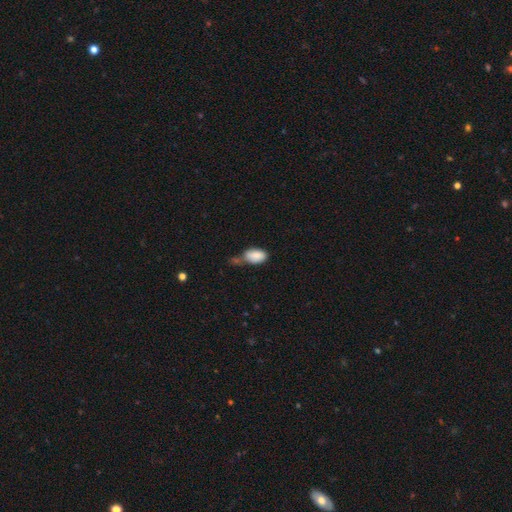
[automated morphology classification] type=smooth (86%); roundness=in between (92%); merging=none (35%).